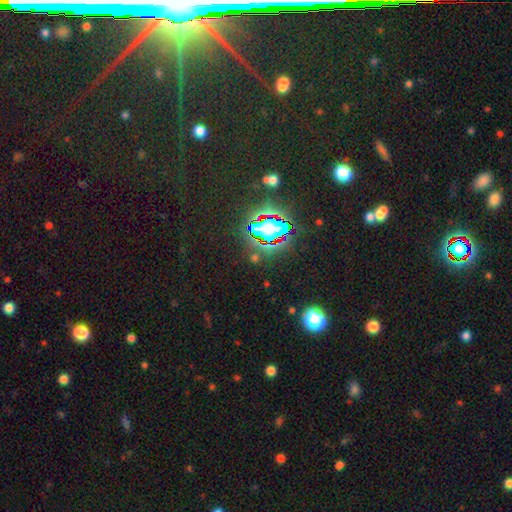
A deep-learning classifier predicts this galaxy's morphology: smooth_or_featured: star or artifact (p=0.74) [alt: smooth p=0.16]